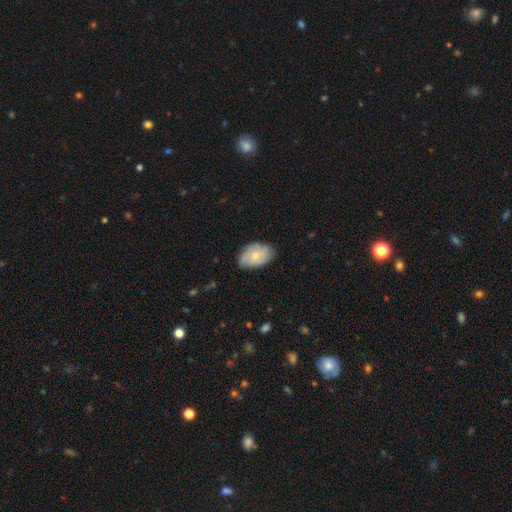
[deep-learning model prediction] A smooth galaxy with no disk features (59%) that is in between round and cigar-shaped (90%). Merging: none (72%).